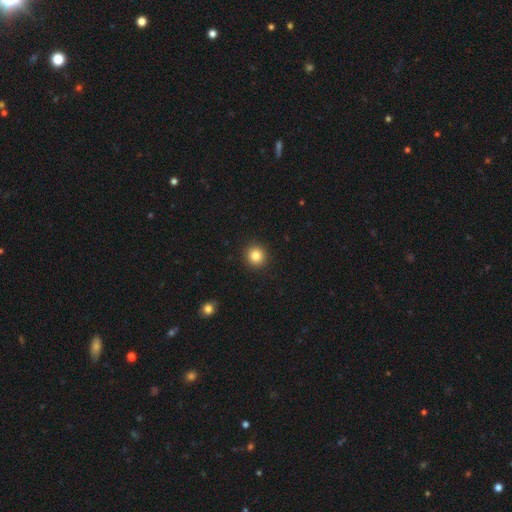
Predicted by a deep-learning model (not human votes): A smooth galaxy with no disk features (84%) that is round (93%). Merging: none (92%).